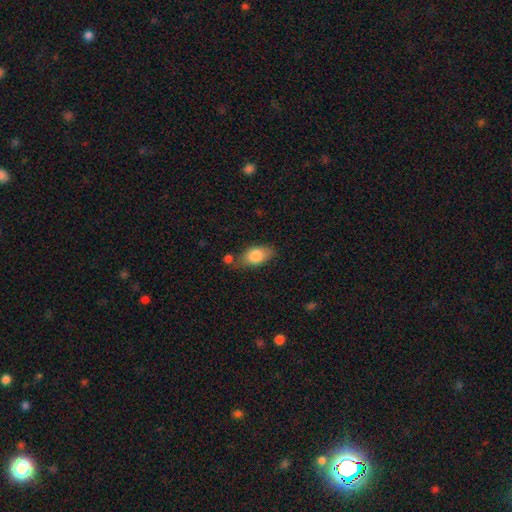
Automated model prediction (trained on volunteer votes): smooth 82%, featured or disk 11%, star or artifact 7%. Down the decision tree: how rounded — in between (87%); merging — none (62%).